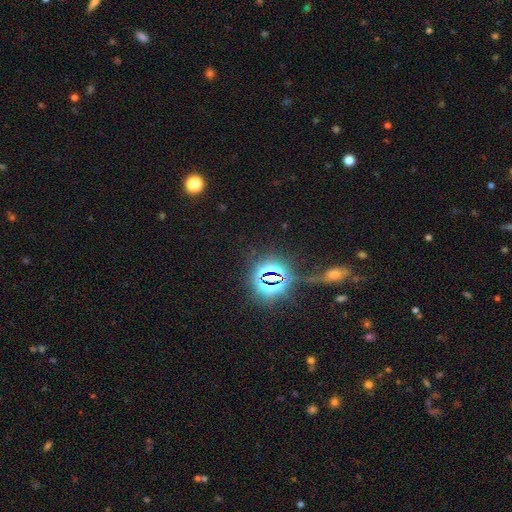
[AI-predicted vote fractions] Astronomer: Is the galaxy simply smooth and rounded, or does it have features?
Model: star or artifact — 78%.